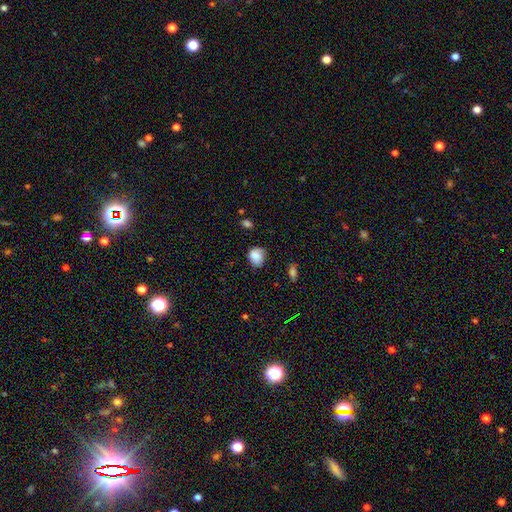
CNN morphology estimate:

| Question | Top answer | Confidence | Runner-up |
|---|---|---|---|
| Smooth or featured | smooth | 82% | featured or disk (9%) |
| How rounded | round | 66% | in between (33%) |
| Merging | none | 64% | minor disturbance (28%) |